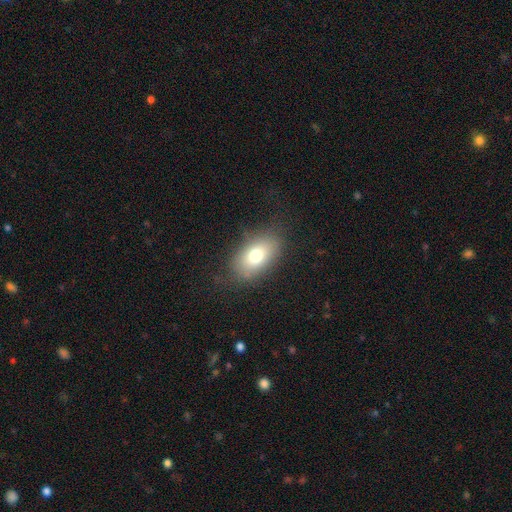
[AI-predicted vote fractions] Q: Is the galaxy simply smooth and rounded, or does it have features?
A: smooth — 73%.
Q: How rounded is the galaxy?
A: in between — 87%.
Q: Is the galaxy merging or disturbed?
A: none — 77%.